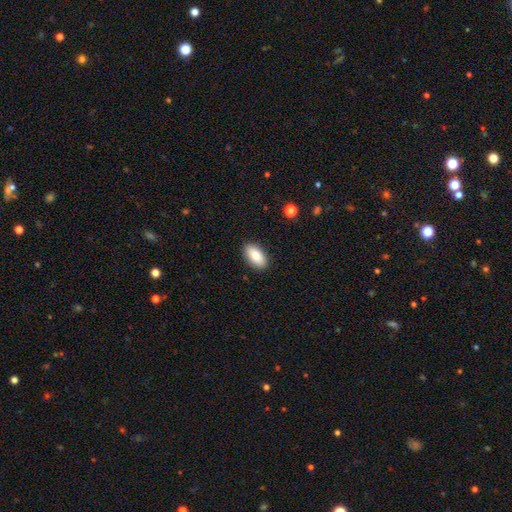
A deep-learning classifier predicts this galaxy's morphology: smooth_or_featured: smooth (p=0.86) [alt: featured or disk p=0.07]
how_rounded: in between (p=0.93) [alt: cigar-shaped p=0.04]
merging: none (p=0.89) [alt: minor disturbance p=0.08]